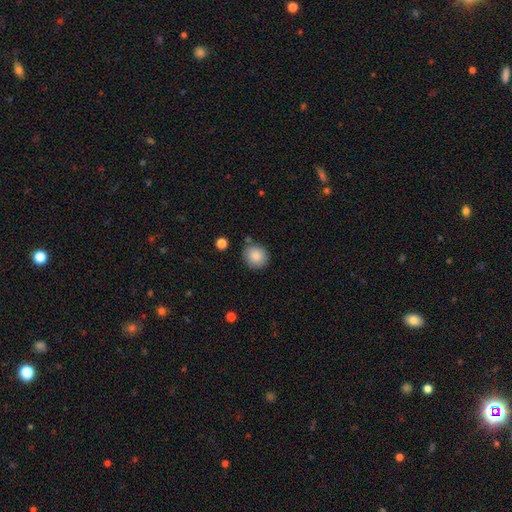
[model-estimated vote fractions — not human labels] This is clearly a smooth galaxy (87%). How rounded: clearly round (88%). Merging: clearly none (83%).